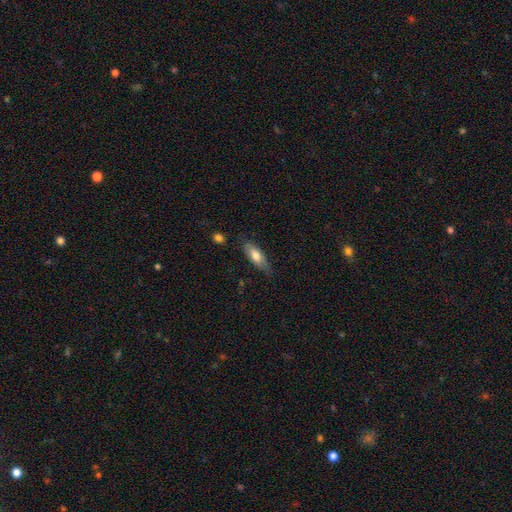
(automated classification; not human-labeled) Overall: smooth (67%). How rounded: in between (68%; cigar-shaped 30%). Merging: none (71%).